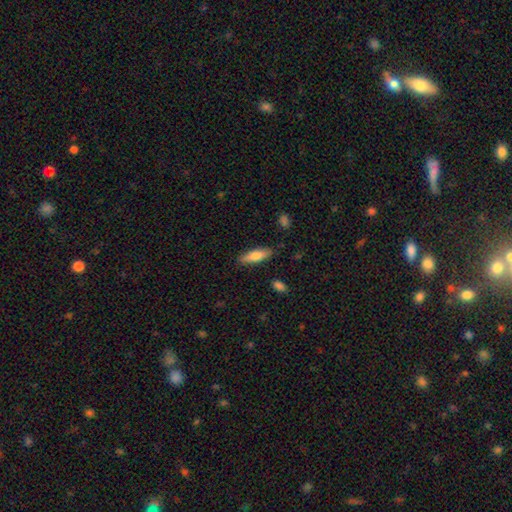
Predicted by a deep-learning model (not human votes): A smooth galaxy with no disk features (74%) that is cigar-shaped (52%). Merging: none (86%).